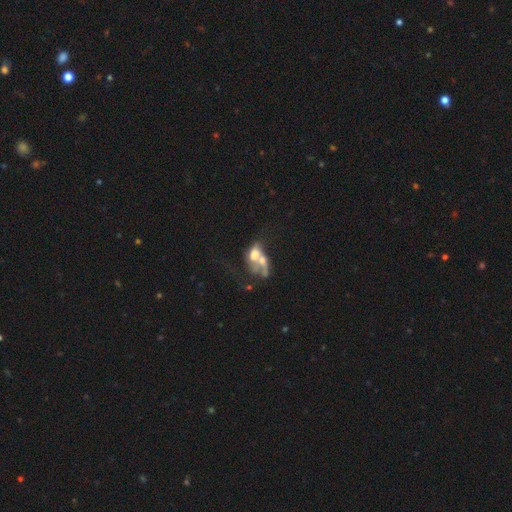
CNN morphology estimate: Smooth or featured? Predicted: featured or disk (p=0.48). Merging? Predicted: merger (p=0.63).